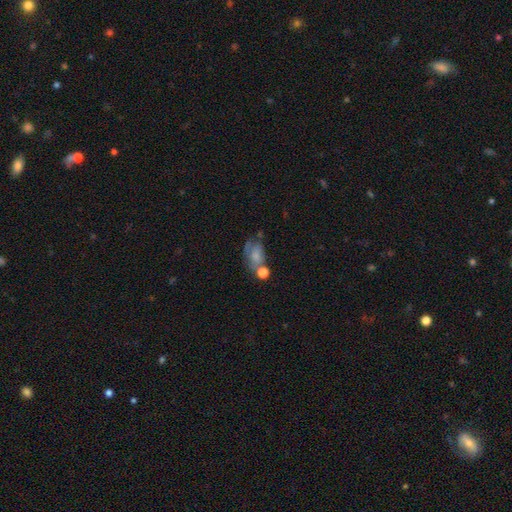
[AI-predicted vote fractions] Morphology: type=smooth (58%); roundness=in between (79%); merging=none (32%).